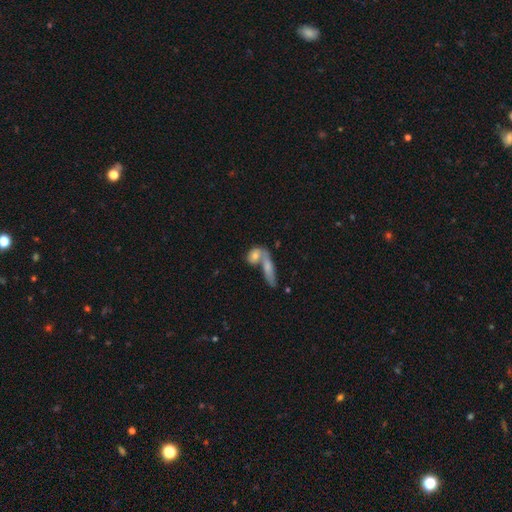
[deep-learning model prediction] This appears to be a smooth galaxy with no disk features (63%) that is in between round and cigar-shaped (62%). Merging: merger (58%).